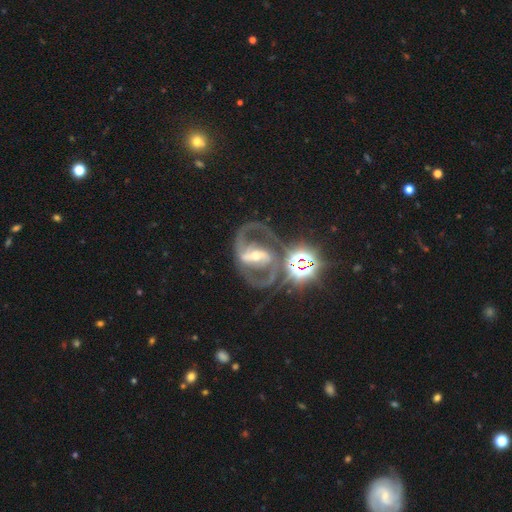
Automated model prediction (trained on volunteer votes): smooth_or_featured: featured or disk (p=0.86) [alt: star or artifact p=0.09]
disk_edge_on: no (p=0.97) [alt: yes p=0.03]
bar: strong (p=0.66) [alt: weak p=0.23]
has_spiral_arms: yes (p=0.94) [alt: no p=0.06]
spiral_winding: medium (p=0.60) [alt: loose p=0.22]
spiral_arm_count: 2 (p=0.91) [alt: can't tell p=0.03]
bulge_size: moderate (p=0.50) [alt: small p=0.43]
merging: none (p=0.63) [alt: major disturbance p=0.15]